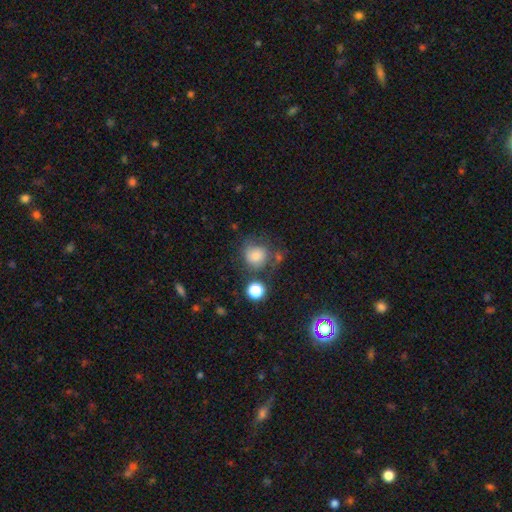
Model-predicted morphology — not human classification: The model was most divided on "merging": none: 55%, minor disturbance: 21%, major disturbance: 13%, merger: 11%. More confident: how rounded — round (84%); smooth or featured — smooth (75%).